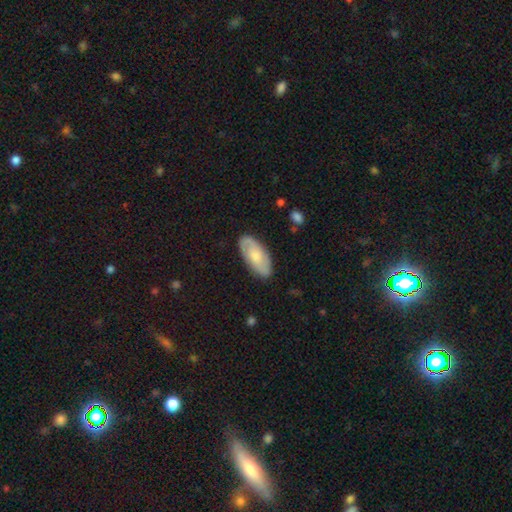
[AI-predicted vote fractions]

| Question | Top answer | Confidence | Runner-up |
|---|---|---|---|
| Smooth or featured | featured or disk | 57% | smooth (37%) |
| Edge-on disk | no | 92% | yes (8%) |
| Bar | no | 67% | weak (29%) |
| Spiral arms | yes | 86% | no (14%) |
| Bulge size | moderate | 45% | small (42%) |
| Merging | none | 84% | minor disturbance (12%) |